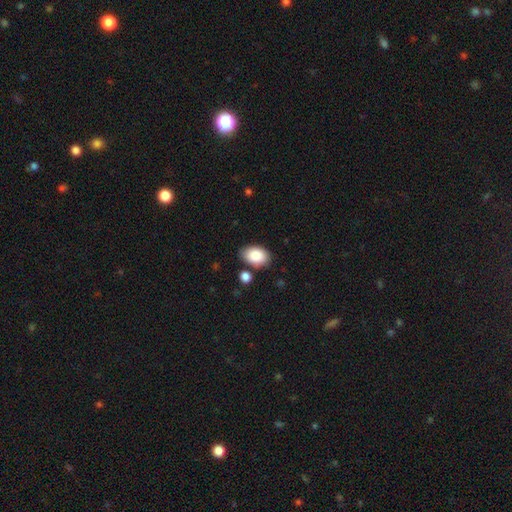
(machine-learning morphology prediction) Smooth or featured?
  - smooth: 88% *
  - star or artifact: 7%
  - featured or disk: 5%
How rounded?
  - in between: 88% *
  - round: 11%
  - cigar-shaped: 1%
Merging?
  - none: 74% *
  - minor disturbance: 15%
  - merger: 8%
  - major disturbance: 4%